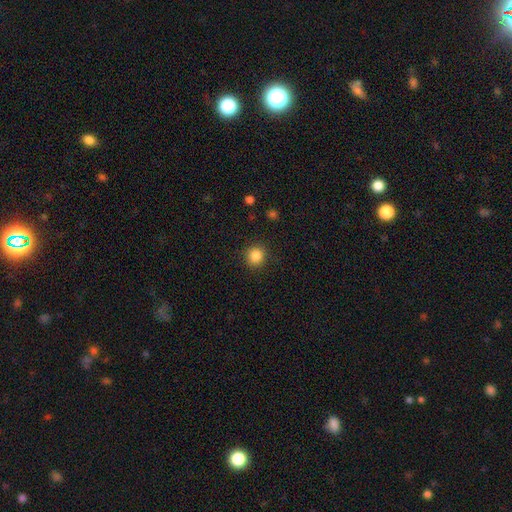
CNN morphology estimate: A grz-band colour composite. It shows a smooth galaxy with no disk features (86%) that is round (90%). Merging: none (90%).